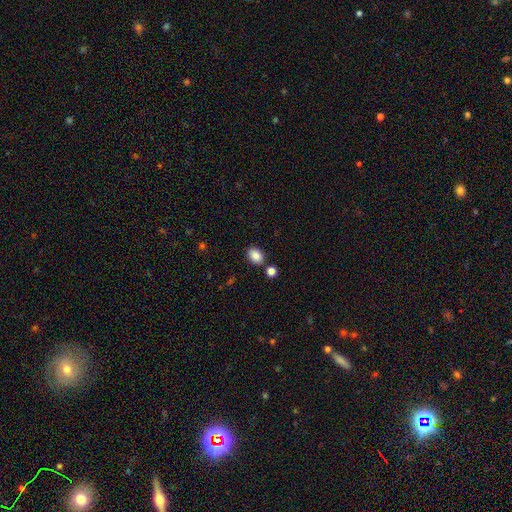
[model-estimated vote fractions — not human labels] Q: Smooth or featured?
A: smooth (87%); runner-up: star or artifact (9%)
Q: How rounded?
A: in between (78%); runner-up: round (21%)
Q: Merging?
A: none (79%); runner-up: minor disturbance (10%)